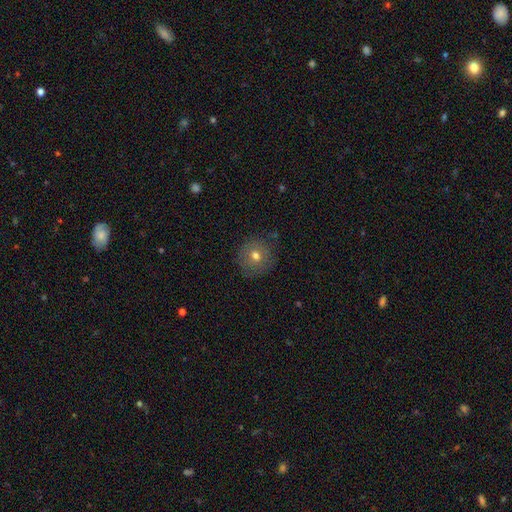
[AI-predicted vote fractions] Smooth or featured? smooth (70%)
How rounded? round (92%)
Merging? none (83%)